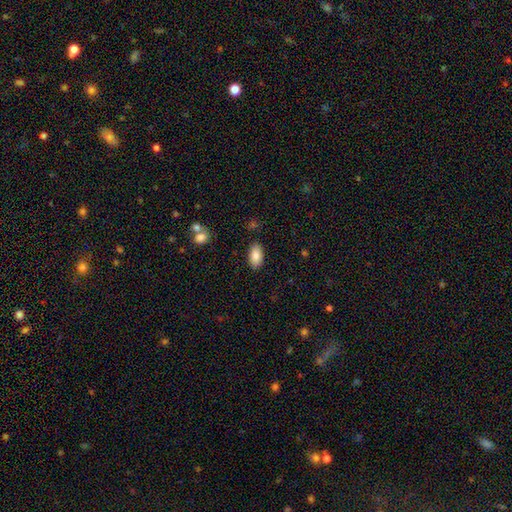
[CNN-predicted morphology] smooth-or-featured: smooth: 85% | featured or disk: 7% | star or artifact: 7%
  how-rounded: in between: 94% | round: 3% | cigar-shaped: 3%
  merging: none: 86% | minor disturbance: 9% | major disturbance: 2% | merger: 2%